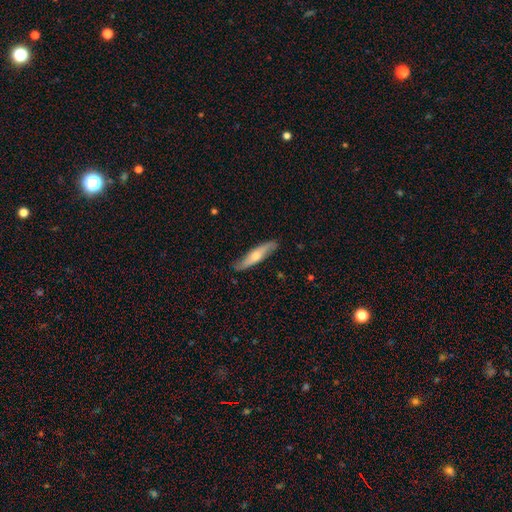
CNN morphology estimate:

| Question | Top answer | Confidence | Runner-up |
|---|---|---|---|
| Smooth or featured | smooth | 49% | featured or disk (45%) |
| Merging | none | 84% | minor disturbance (13%) |